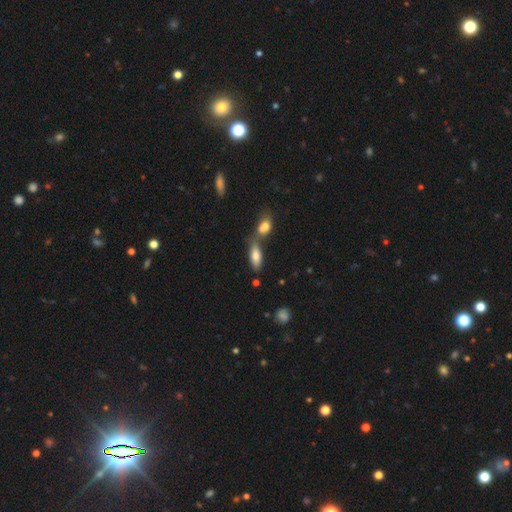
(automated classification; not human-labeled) smooth 78%, featured or disk 15%, star or artifact 8%. Down the decision tree: how rounded — in between (75%); merging — merger (43%).